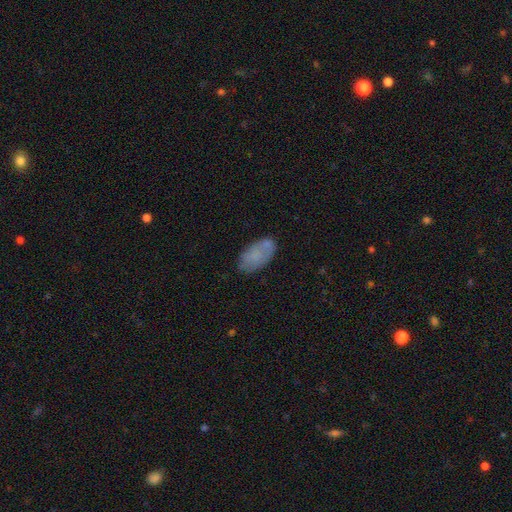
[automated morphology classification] type=smooth (72%); roundness=in between (94%); merging=none (66%).